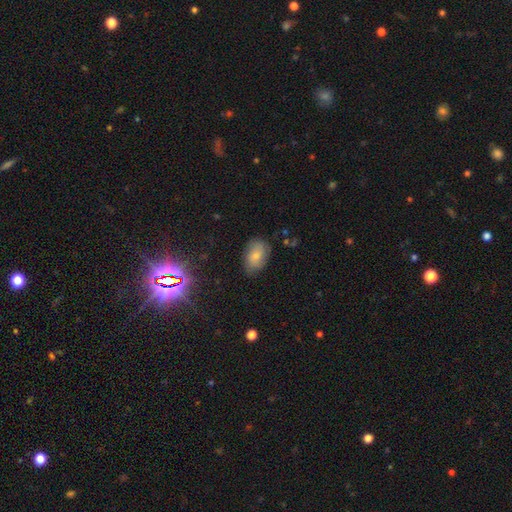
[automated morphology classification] This appears to be a smooth galaxy with no disk features (72%) that is in between round and cigar-shaped (86%). Merging: none (73%).